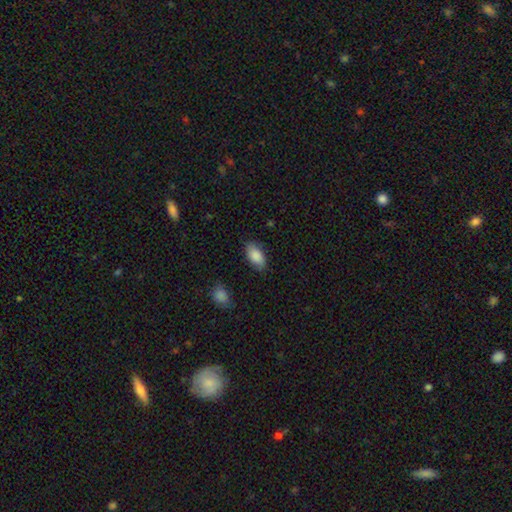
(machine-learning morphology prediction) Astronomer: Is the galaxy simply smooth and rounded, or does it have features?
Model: smooth — 86%.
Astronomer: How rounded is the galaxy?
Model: in between — 93%.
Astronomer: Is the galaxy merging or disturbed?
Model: none — 79%.